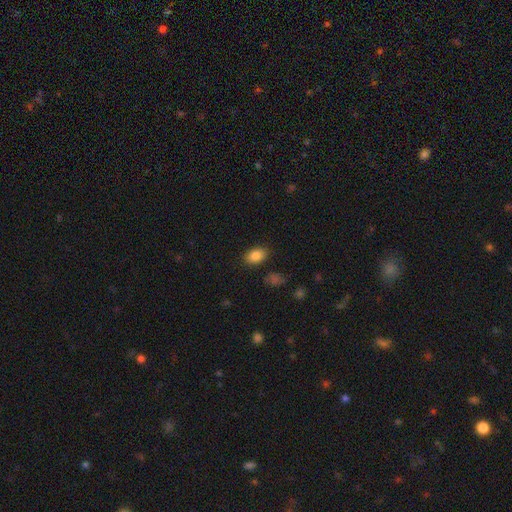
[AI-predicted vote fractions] smooth 85%, star or artifact 9%, featured or disk 6%. Down the decision tree: how rounded — in between (84%); merging — none (84%).